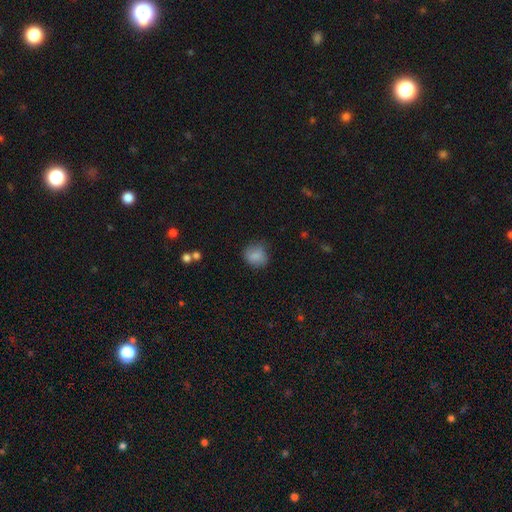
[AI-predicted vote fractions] smooth 84%, star or artifact 9%, featured or disk 7%. Down the decision tree: how rounded — round (75%); merging — none (71%).